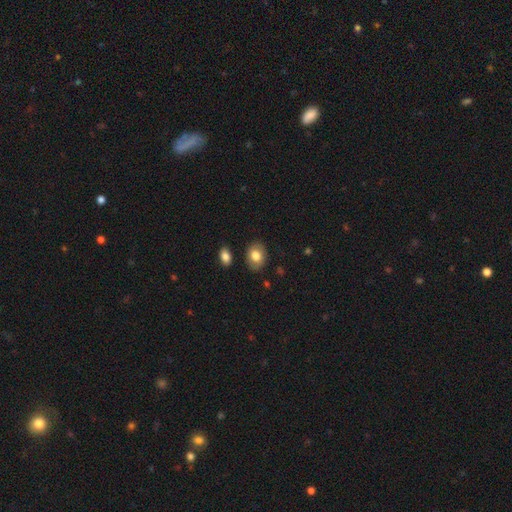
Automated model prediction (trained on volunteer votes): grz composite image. It shows a smooth galaxy with no disk features (79%) that is in between round and cigar-shaped (68%). Merging: none (84%).